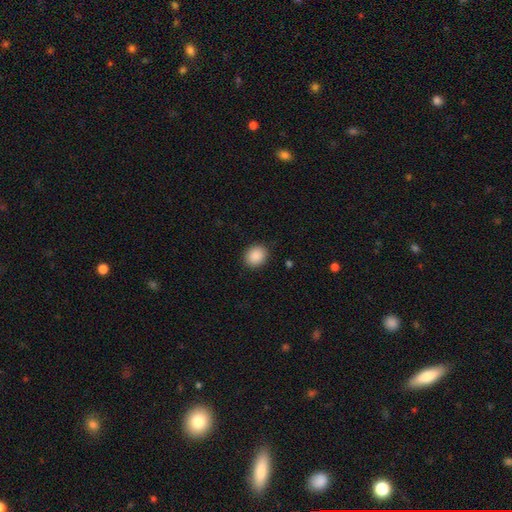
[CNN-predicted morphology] The model was most divided on "how rounded": round: 62%, in between: 37%, cigar-shaped: 1%. More confident: smooth or featured — smooth (89%); merging — none (89%).